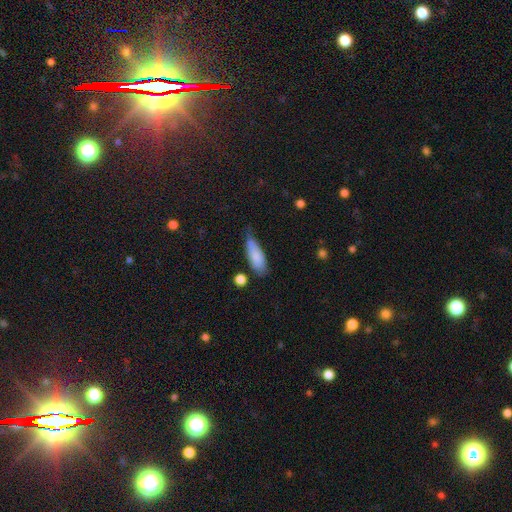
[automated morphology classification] This appears to be a smooth galaxy with no disk features (83%) that is in between round and cigar-shaped (63%). Merging: none (52%).